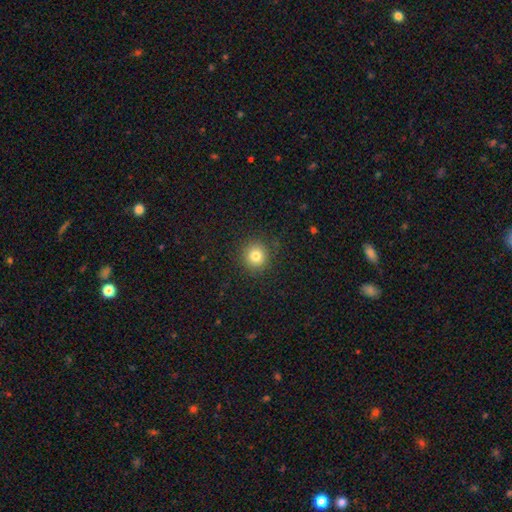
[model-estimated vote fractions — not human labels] This is clearly a smooth galaxy (80%). How rounded: clearly round (92%). Merging: clearly none (90%).